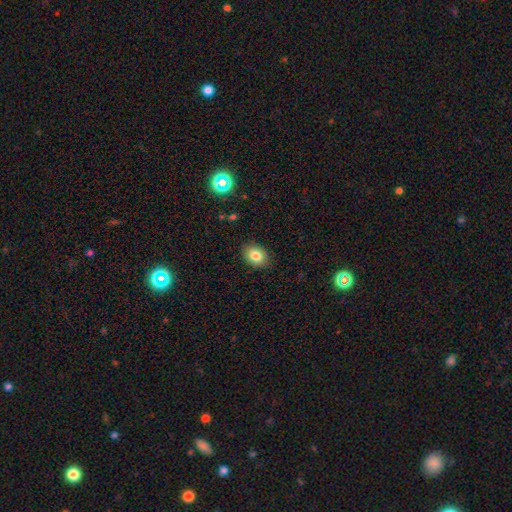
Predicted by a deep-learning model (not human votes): Smooth or featured: smooth — 82% (star or artifact — 10%)
How rounded: in between — 64% (round — 35%)
Merging: none — 87% (minor disturbance — 9%)